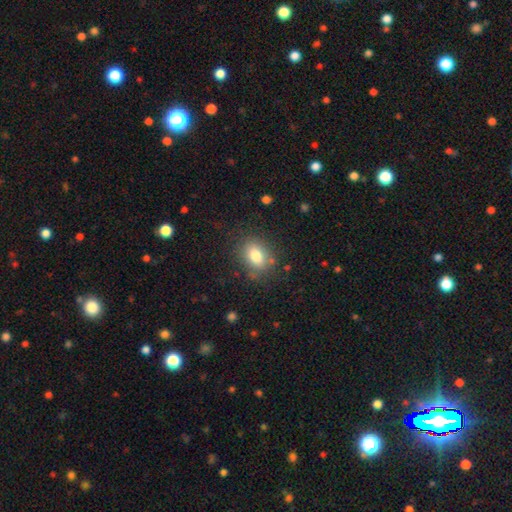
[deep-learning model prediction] This appears to be a smooth galaxy with no disk features (79%) that is in between round and cigar-shaped (68%). Merging: none (79%).